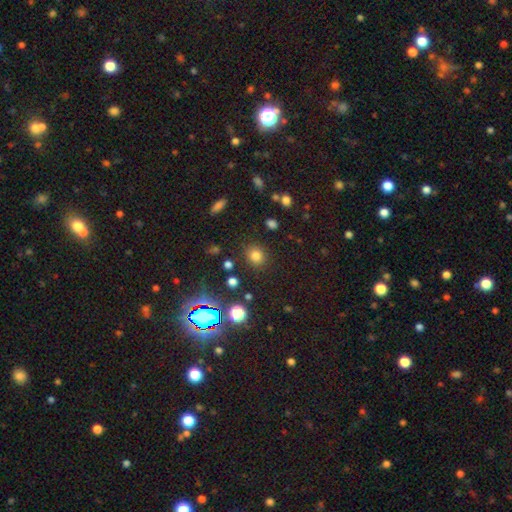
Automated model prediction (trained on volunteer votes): smooth 75%, star or artifact 19%, featured or disk 6%. Down the decision tree: how rounded — round (81%); merging — none (86%).